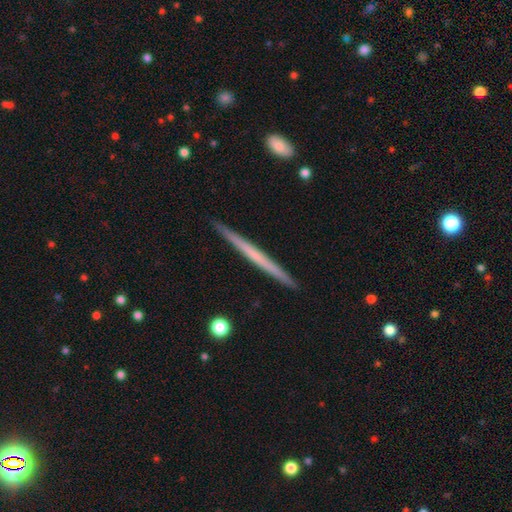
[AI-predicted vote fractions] Smooth or featured? featured or disk (54%)
Edge-on disk? yes (98%)
Edge-on bulge? none (89%)
Merging? none (92%)